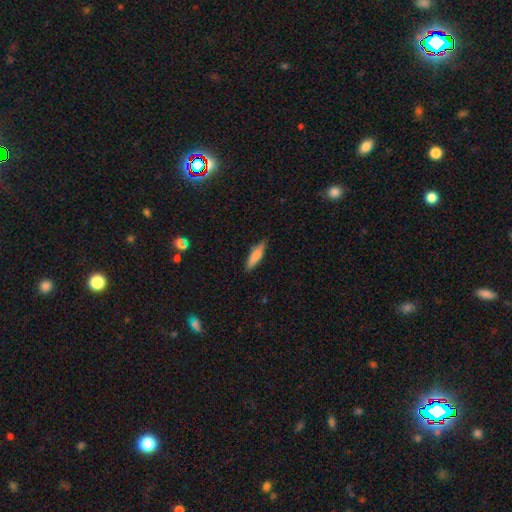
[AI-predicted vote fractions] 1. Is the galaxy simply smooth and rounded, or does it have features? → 78% smooth, 16% featured or disk, 6% star or artifact.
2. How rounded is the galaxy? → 74% cigar-shaped, 24% in between, 2% round.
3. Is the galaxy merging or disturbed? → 86% none, 11% minor disturbance, 2% major disturbance, 1% merger.